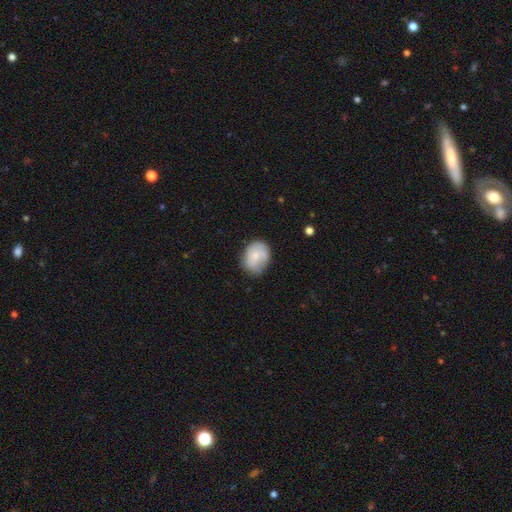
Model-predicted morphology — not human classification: type=smooth (69%); roundness=in between (58%); merging=none (65%).